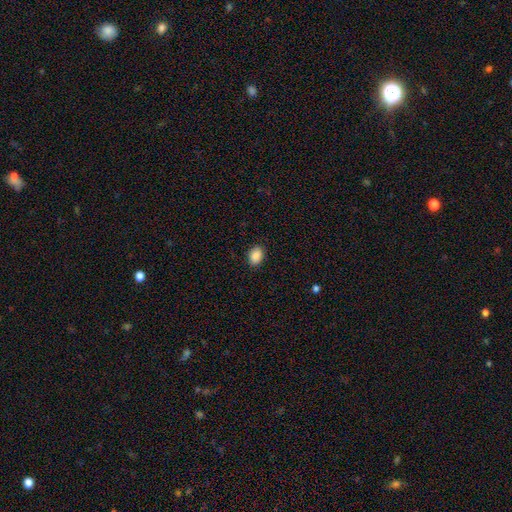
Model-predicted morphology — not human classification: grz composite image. It shows a smooth galaxy with no disk features (89%) that is in between round and cigar-shaped (80%). Merging: none (89%).